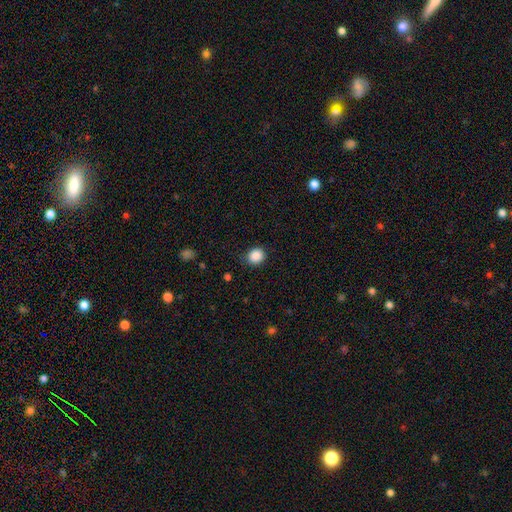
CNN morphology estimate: type=smooth (88%); roundness=round (76%); merging=none (85%).